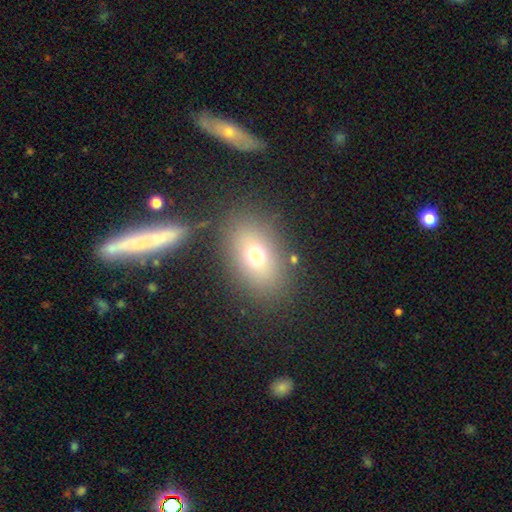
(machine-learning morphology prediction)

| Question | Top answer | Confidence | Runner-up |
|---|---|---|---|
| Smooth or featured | smooth | 70% | featured or disk (15%) |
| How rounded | in between | 75% | round (23%) |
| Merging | none | 80% | minor disturbance (10%) |